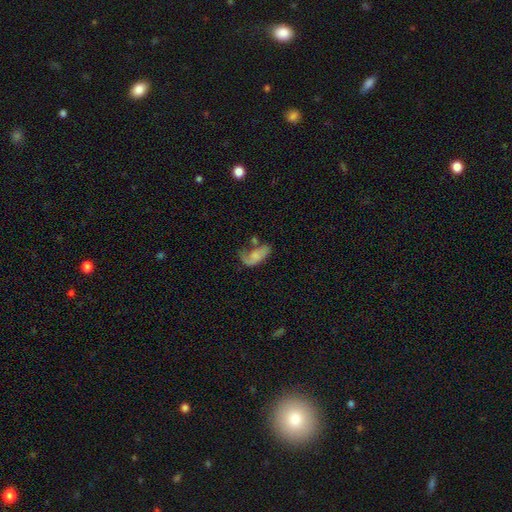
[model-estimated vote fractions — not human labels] This is possibly a smooth galaxy (52%). How rounded: clearly in between (88%). Merging: marginally major disturbance (38%).